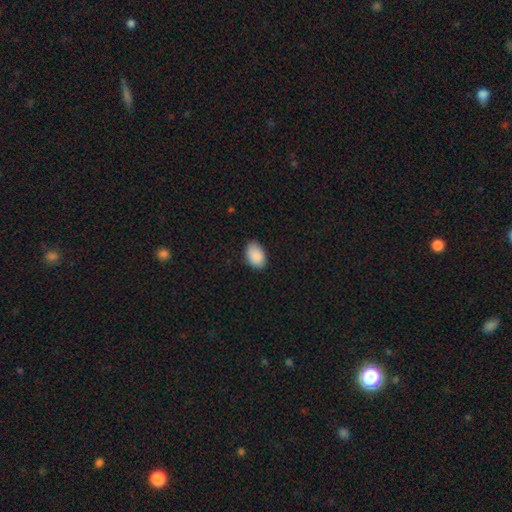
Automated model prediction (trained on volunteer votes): smooth 90%, star or artifact 7%, featured or disk 3%. Down the decision tree: how rounded — in between (90%); merging — none (82%).